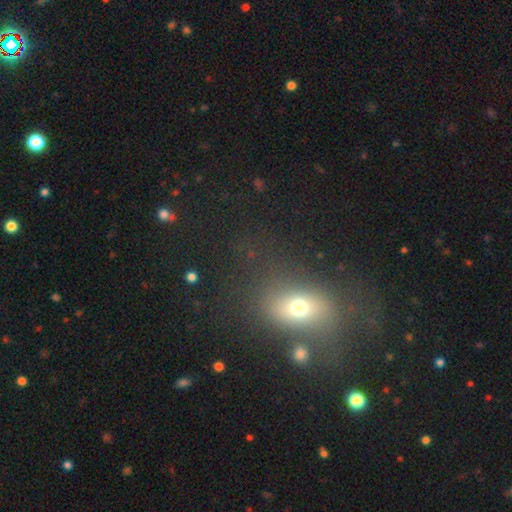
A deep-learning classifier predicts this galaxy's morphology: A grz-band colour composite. It shows a smooth galaxy with no disk features (57%) that is in between round and cigar-shaped (67%). Merging: none (64%).